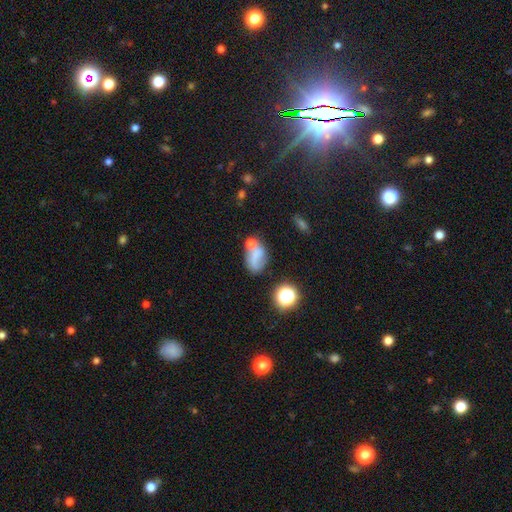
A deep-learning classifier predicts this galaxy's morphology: Overall: smooth (57%; featured or disk 27%). How rounded: in between (75%). Merging: none (43%; minor disturbance 22%).